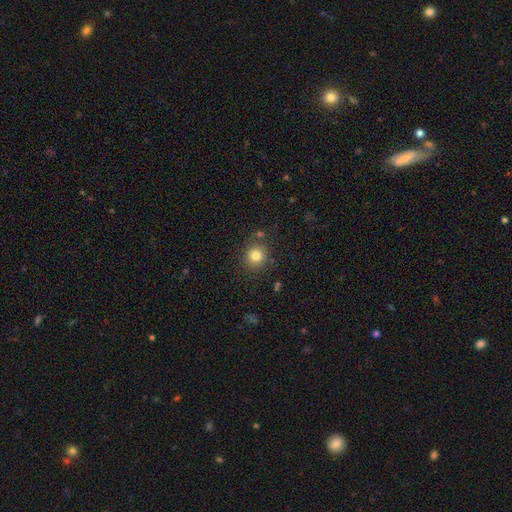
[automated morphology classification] Q: Smooth or featured?
A: smooth (80%); runner-up: star or artifact (13%)
Q: How rounded?
A: round (88%); runner-up: in between (11%)
Q: Merging?
A: none (83%); runner-up: minor disturbance (9%)